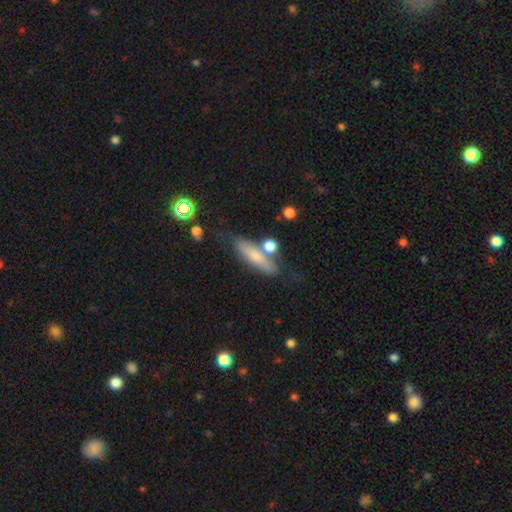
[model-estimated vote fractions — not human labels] Smooth or featured? smooth (65%)
How rounded? cigar-shaped (64%)
Merging? none (60%)